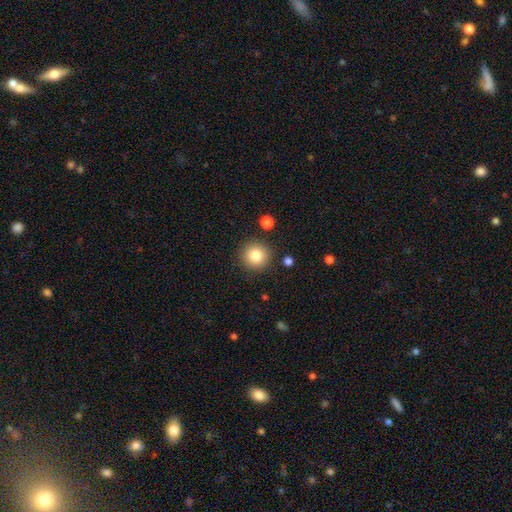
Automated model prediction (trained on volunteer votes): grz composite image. It shows a smooth galaxy with no disk features (83%) that is round (94%). Merging: none (88%).